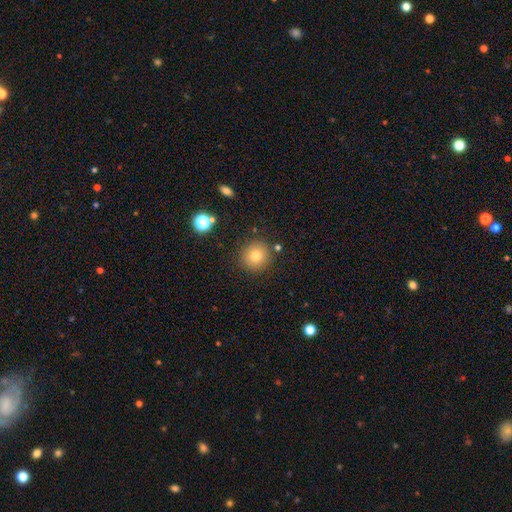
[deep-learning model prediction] Morphology: type=smooth (78%); roundness=round (93%); merging=none (87%).